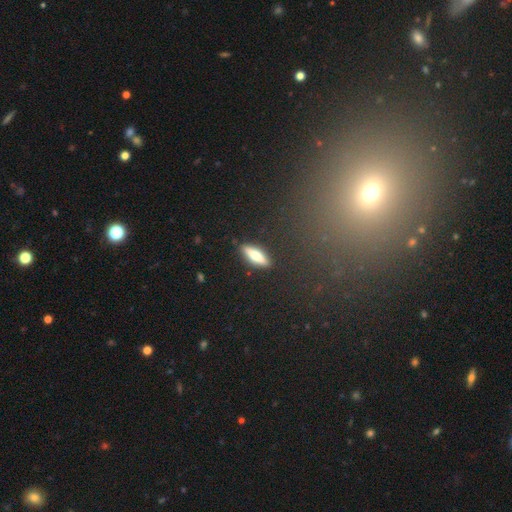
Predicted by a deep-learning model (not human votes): Smooth or featured? Predicted: smooth (p=0.66). How rounded? Predicted: cigar-shaped (p=0.54). Merging? Predicted: none (p=0.86).